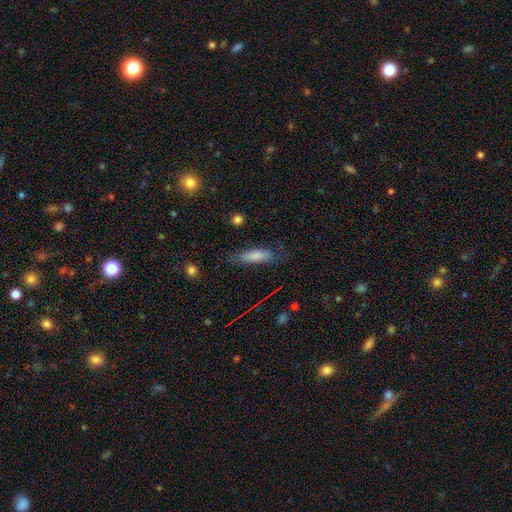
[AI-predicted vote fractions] A smooth galaxy with no disk features (77%) that is cigar-shaped (51%).

Vote fractions:
- Smooth or featured? smooth: 77% / featured or disk: 15% / star or artifact: 8%
- How rounded? cigar-shaped: 51% / in between: 47% / round: 2%
- Merging? none: 71% / minor disturbance: 20% / major disturbance: 6% / merger: 2%